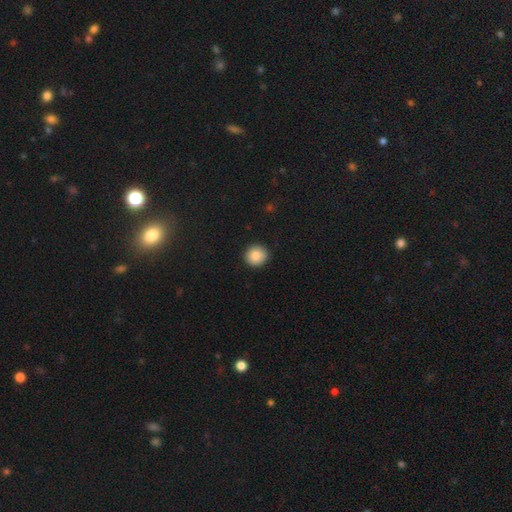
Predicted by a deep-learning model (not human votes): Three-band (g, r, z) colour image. It shows a smooth galaxy with no disk features (86%) that is round (90%). Merging: none (90%).